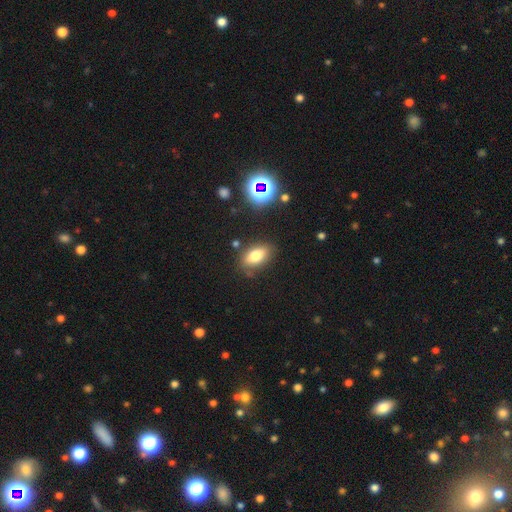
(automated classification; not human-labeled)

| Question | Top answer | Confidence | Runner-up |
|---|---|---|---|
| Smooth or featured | smooth | 76% | featured or disk (12%) |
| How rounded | in between | 88% | round (7%) |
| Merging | none | 76% | minor disturbance (16%) |